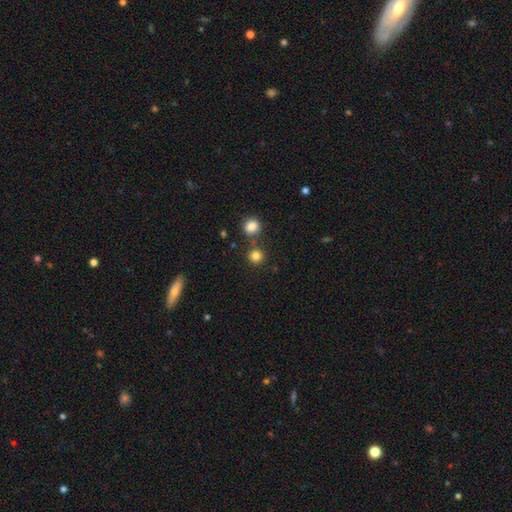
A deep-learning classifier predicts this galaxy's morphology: Overall: smooth (82%). How rounded: round (93%). Merging: none (78%).